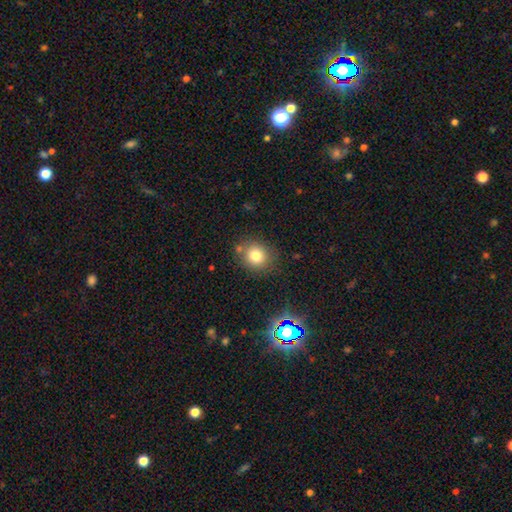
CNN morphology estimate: A smooth galaxy with no disk features (78%) that is round (81%).

Vote fractions:
- Smooth or featured? smooth: 78% / star or artifact: 14% / featured or disk: 9%
- How rounded? round: 81% / in between: 18% / cigar-shaped: 1%
- Merging? none: 79% / minor disturbance: 11% / merger: 7% / major disturbance: 4%